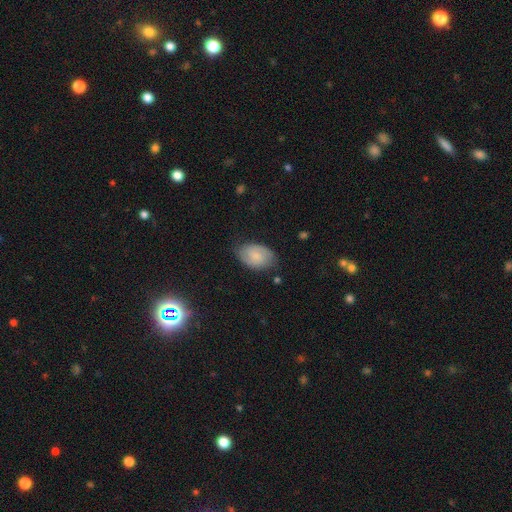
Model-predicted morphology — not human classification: smooth-or-featured: featured or disk: 50% | smooth: 42% | star or artifact: 8%
  merging: none: 74% | minor disturbance: 20% | major disturbance: 5% | merger: 2%